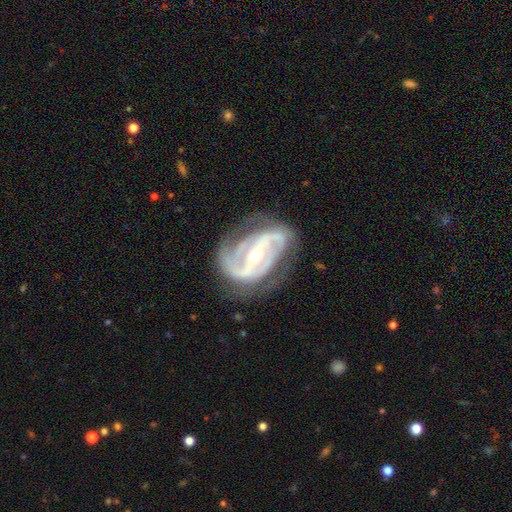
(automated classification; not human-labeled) featured or disk 89%, smooth 5%, star or artifact 5%. Down the decision tree: edge-on disk — no (96%); bar — strong (59%); spiral arms — yes (94%); spiral arm count — 2 (65%); spiral winding — medium (48%); bulge size — small (60%); merging — none (62%).